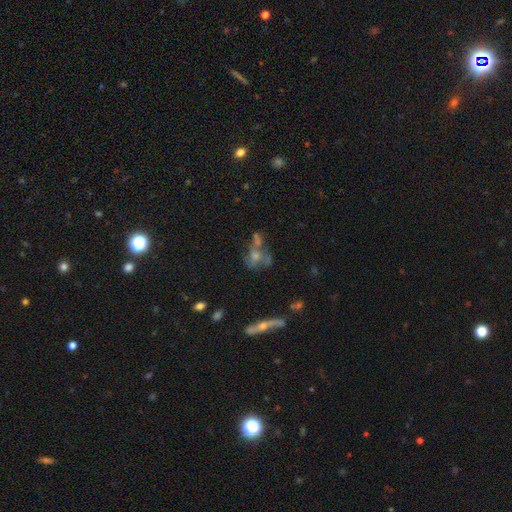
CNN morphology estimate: Smooth or featured?
  - featured or disk: 47% *
  - smooth: 31%
  - star or artifact: 23%
Merging?
  - none: 37% *
  - merger: 33%
  - major disturbance: 15%
  - minor disturbance: 15%